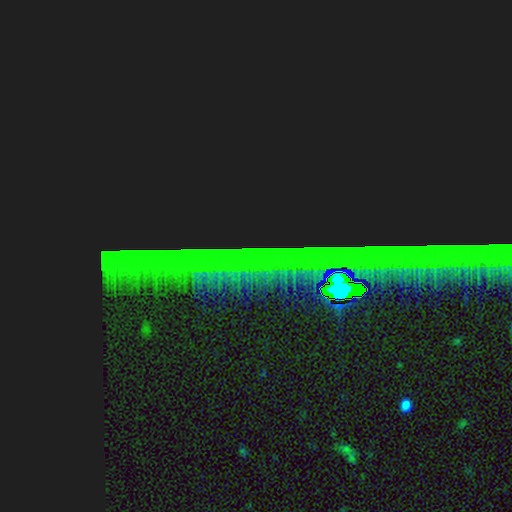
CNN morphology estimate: This appears to be a star or artifact, not a galaxy (86%).